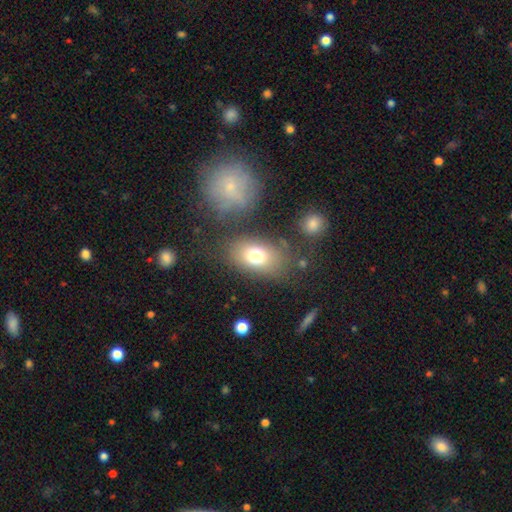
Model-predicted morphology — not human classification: smooth-or-featured: smooth: 74% | featured or disk: 15% | star or artifact: 11%
  how-rounded: in between: 79% | round: 20% | cigar-shaped: 2%
  merging: none: 73% | minor disturbance: 14% | major disturbance: 7% | merger: 6%